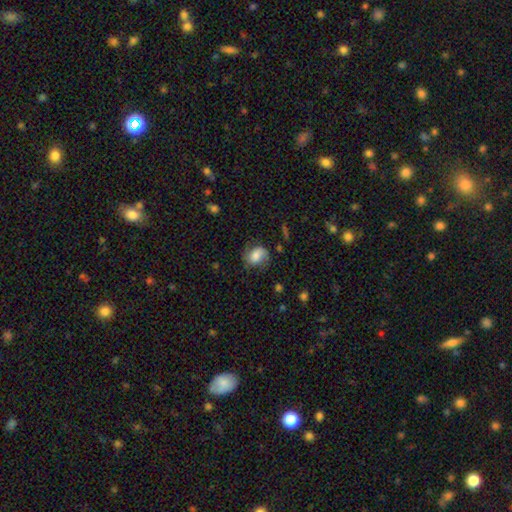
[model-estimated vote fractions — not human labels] smooth_or_featured: smooth (p=0.54) [alt: featured or disk p=0.37]
how_rounded: in between (p=0.51) [alt: round p=0.48]
merging: none (p=0.62) [alt: minor disturbance p=0.24]